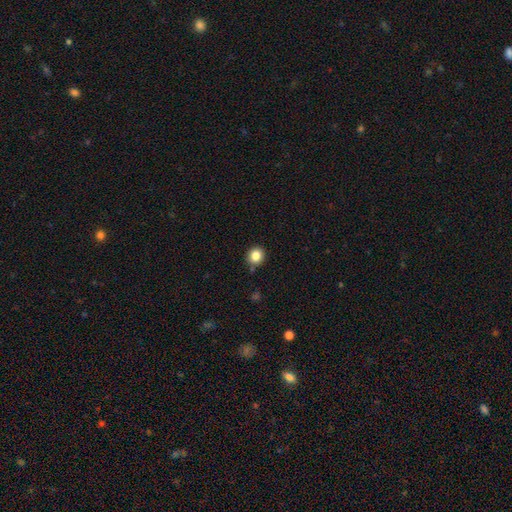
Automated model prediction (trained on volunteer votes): Smooth or featured? smooth (85%)
How rounded? round (86%)
Merging? none (86%)